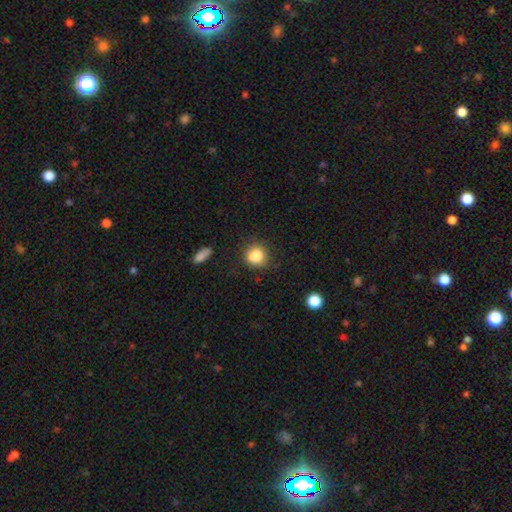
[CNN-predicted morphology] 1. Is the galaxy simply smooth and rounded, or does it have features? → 85% smooth, 10% star or artifact, 6% featured or disk.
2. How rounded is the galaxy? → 76% round, 23% in between, 1% cigar-shaped.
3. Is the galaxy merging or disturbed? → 73% none, 18% minor disturbance, 5% major disturbance, 4% merger.